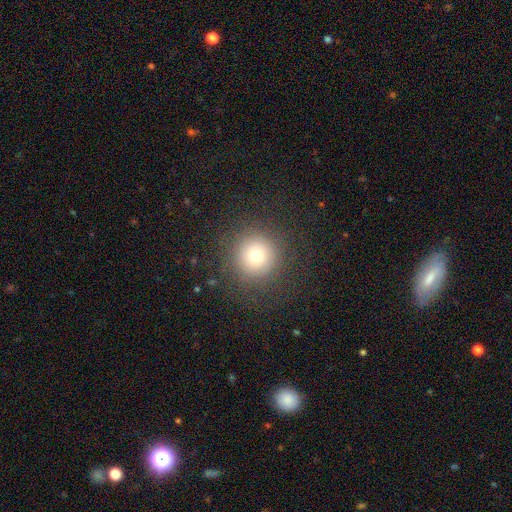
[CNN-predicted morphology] Smooth or featured? Predicted: smooth (p=0.72). How rounded? Predicted: round (p=0.96). Merging? Predicted: none (p=0.87).